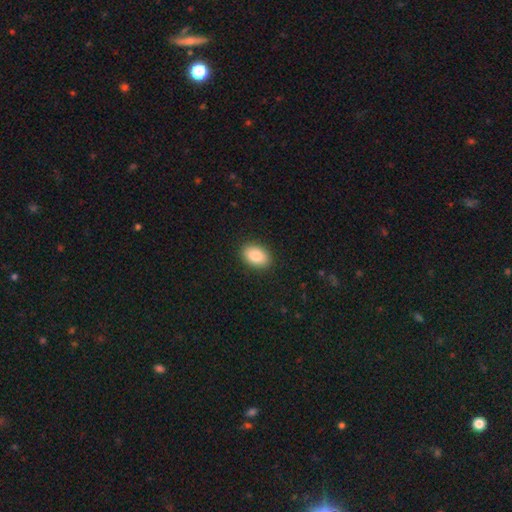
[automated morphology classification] smooth 85%, featured or disk 7%, star or artifact 7%. Down the decision tree: how rounded — in between (85%); merging — none (90%).